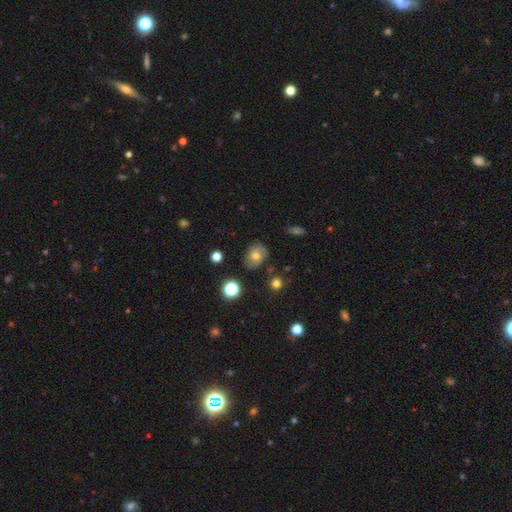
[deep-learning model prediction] A smooth galaxy with no disk features (55%) that is in between round and cigar-shaped (61%). Merging: none (72%).